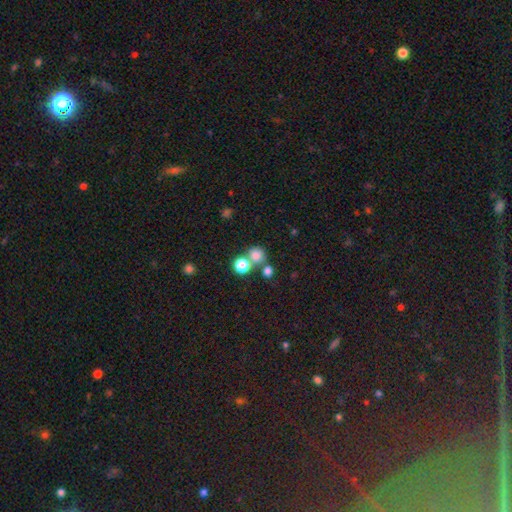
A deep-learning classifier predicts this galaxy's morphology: smooth-or-featured: smooth: 76% | star or artifact: 16% | featured or disk: 8%
  how-rounded: round: 86% | in between: 13% | cigar-shaped: 1%
  merging: none: 56% | merger: 33% | minor disturbance: 7% | major disturbance: 4%